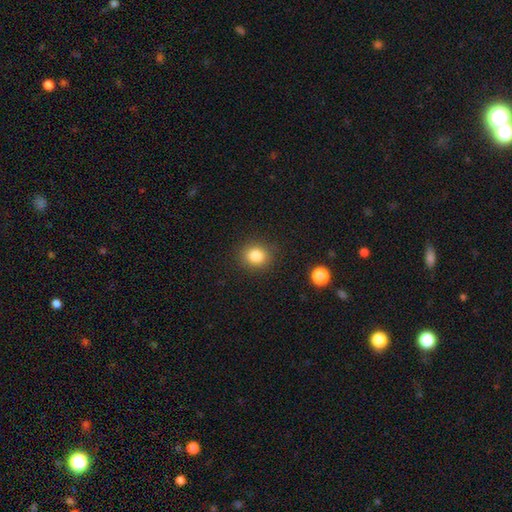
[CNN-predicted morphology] Overall: smooth (83%). How rounded: round (75%). Merging: none (89%).